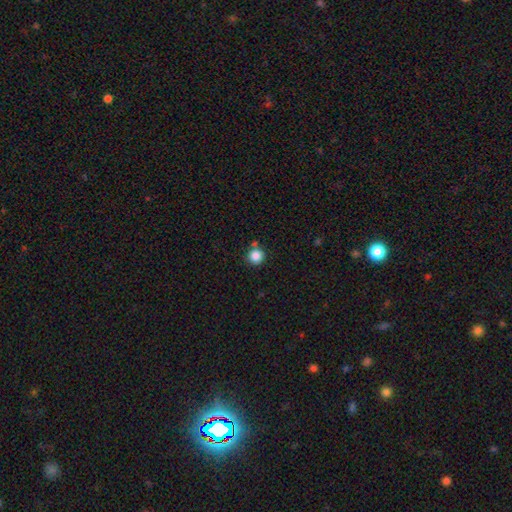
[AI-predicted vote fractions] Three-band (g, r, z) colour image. It shows a smooth galaxy with no disk features (85%) that is round (95%). Merging: none (77%).